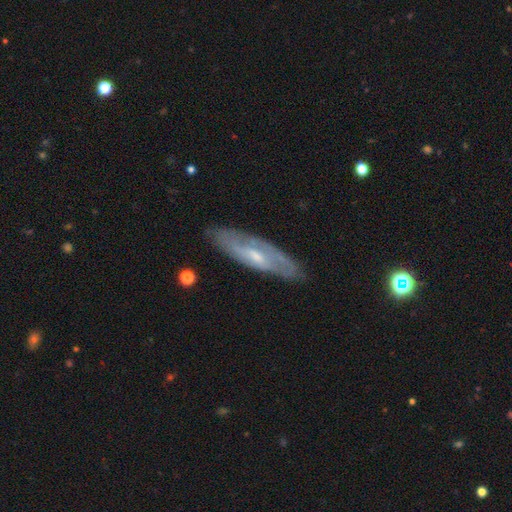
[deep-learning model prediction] smooth_or_featured: featured or disk (p=0.67) [alt: smooth p=0.27]
disk_edge_on: no (p=0.66) [alt: yes p=0.34]
merging: none (p=0.78) [alt: minor disturbance p=0.16]